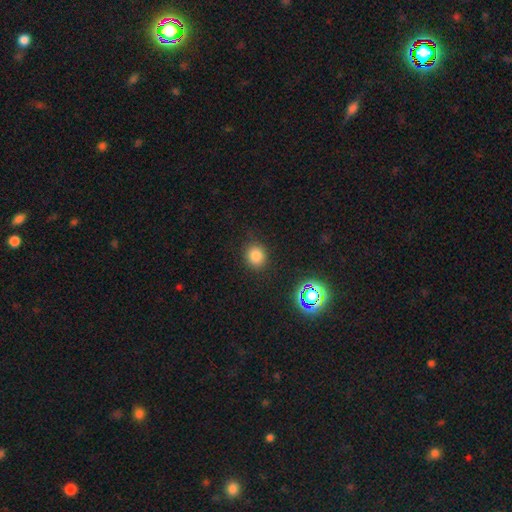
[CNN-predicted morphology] Overall: smooth (79%). How rounded: round (79%). Merging: none (86%).